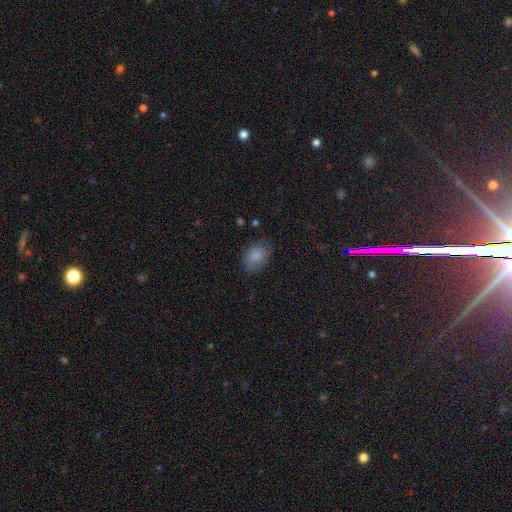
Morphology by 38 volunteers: Volunteers were most divided on "how rounded": in between: 64%, round: 36%, cigar-shaped: 0%. More confident: smooth or featured — smooth (87%); merging — none (68%).